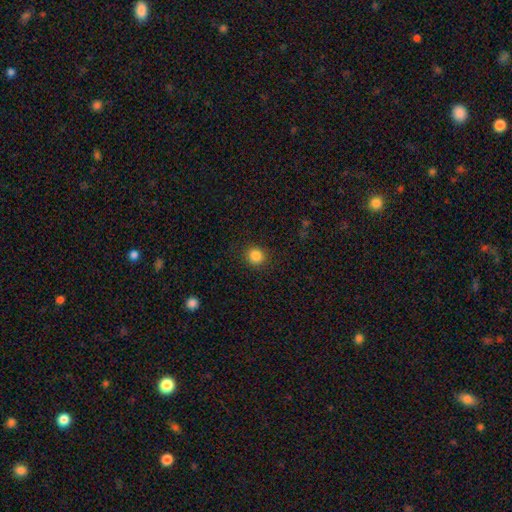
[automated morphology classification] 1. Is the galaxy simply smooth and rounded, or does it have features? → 86% smooth, 11% star or artifact, 3% featured or disk.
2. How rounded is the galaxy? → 91% round, 8% in between, 1% cigar-shaped.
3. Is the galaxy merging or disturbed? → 91% none, 6% minor disturbance, 2% major disturbance, 1% merger.